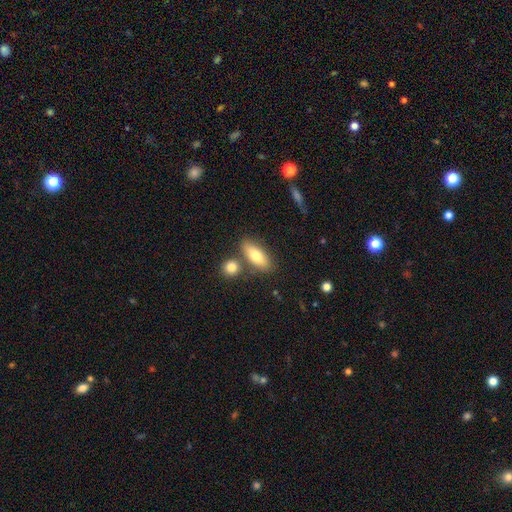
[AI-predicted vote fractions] Smooth or featured? Predicted: smooth (p=0.77). How rounded? Predicted: in between (p=0.76). Merging? Predicted: none (p=0.69).